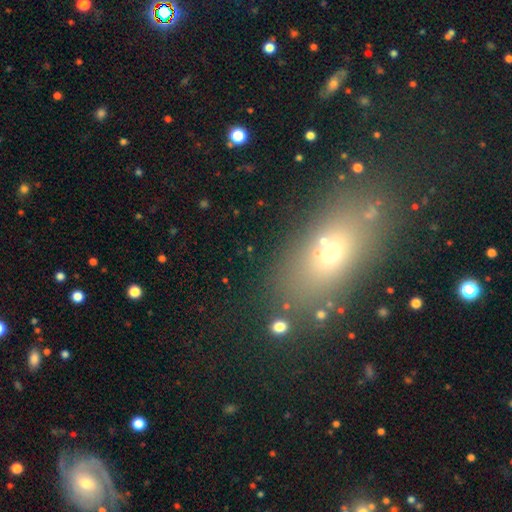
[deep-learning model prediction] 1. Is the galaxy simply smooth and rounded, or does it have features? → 51% smooth, 32% star or artifact, 17% featured or disk.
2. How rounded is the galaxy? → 65% in between, 24% round, 11% cigar-shaped.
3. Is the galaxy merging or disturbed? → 75% none, 11% minor disturbance, 7% merger, 7% major disturbance.